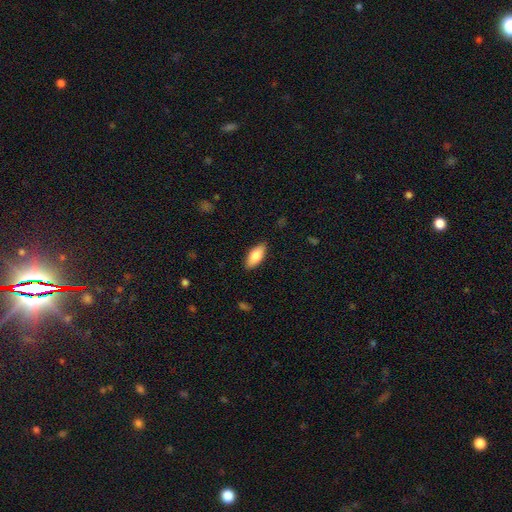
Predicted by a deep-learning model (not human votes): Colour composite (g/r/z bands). It shows a smooth galaxy with no disk features (80%) that is in between round and cigar-shaped (86%). Merging: none (88%).